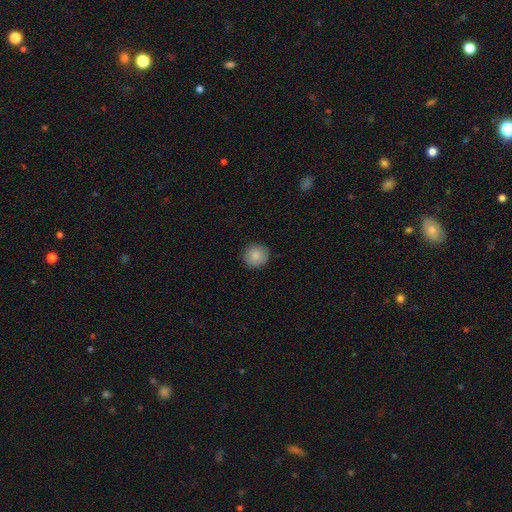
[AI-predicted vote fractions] Smooth or featured: smooth — 86% (star or artifact — 8%)
How rounded: round — 92% (in between — 7%)
Merging: none — 90% (minor disturbance — 7%)